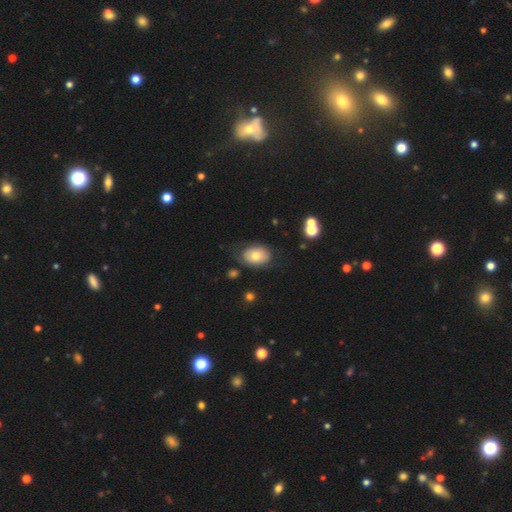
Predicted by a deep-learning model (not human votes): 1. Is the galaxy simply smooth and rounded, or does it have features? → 69% smooth, 22% featured or disk, 8% star or artifact.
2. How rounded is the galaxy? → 79% in between, 20% round, 1% cigar-shaped.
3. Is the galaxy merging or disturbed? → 67% none, 22% minor disturbance, 8% major disturbance, 3% merger.